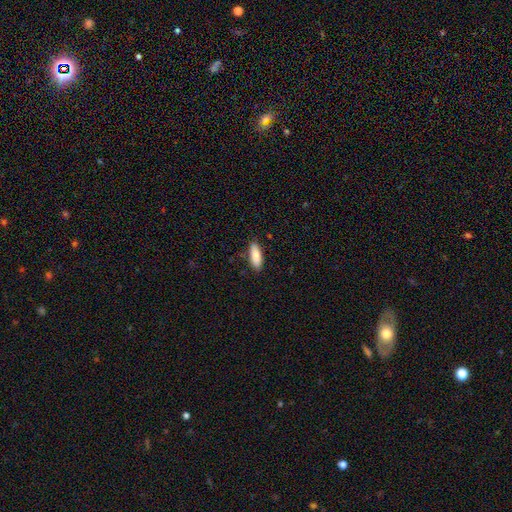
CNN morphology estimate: The model was most divided on "how rounded": in between: 66%, cigar-shaped: 32%, round: 2%. More confident: smooth or featured — smooth (86%); merging — none (85%).